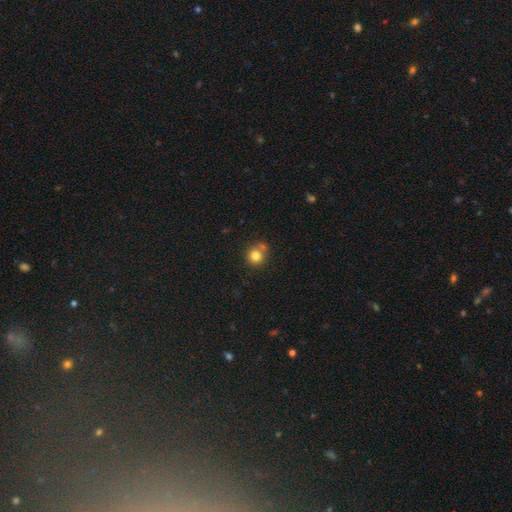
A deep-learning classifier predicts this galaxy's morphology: Q: Smooth or featured?
A: smooth (81%); runner-up: star or artifact (11%)
Q: How rounded?
A: round (90%); runner-up: in between (9%)
Q: Merging?
A: none (66%); runner-up: merger (17%)